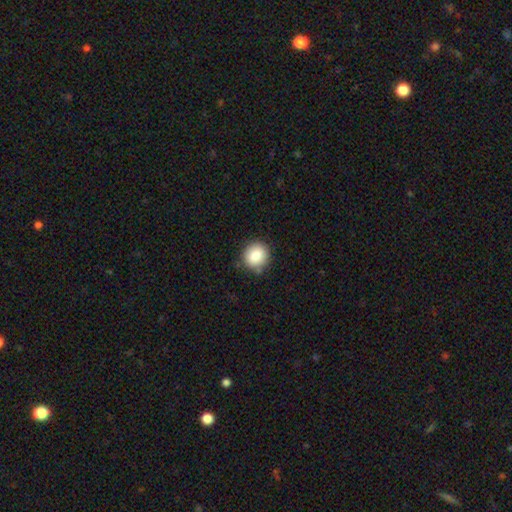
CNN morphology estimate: This appears to be a smooth galaxy with no disk features (86%) that is round (85%). Merging: none (83%).